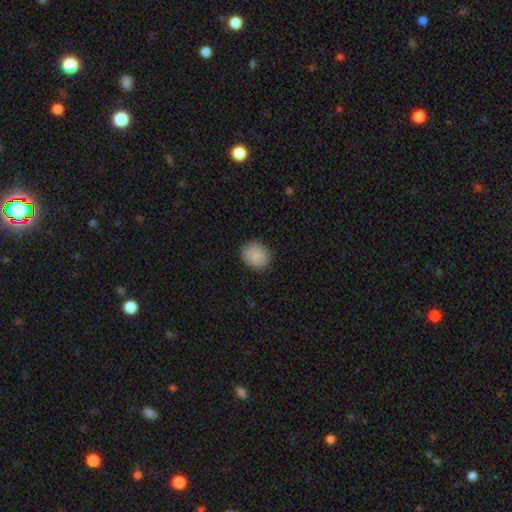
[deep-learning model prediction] Morphology: type=smooth (88%); roundness=round (57%); merging=none (87%).